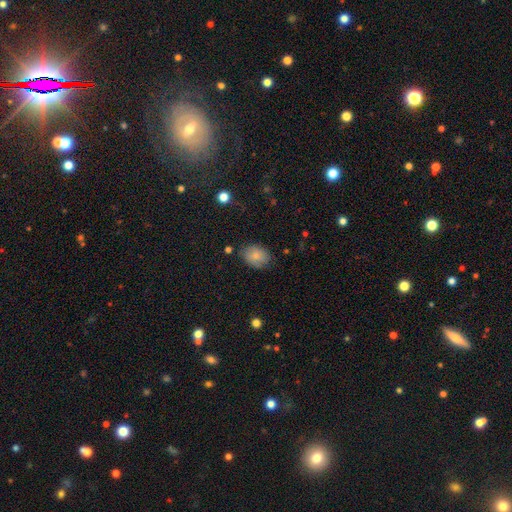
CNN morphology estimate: smooth 77%, featured or disk 14%, star or artifact 9%. Down the decision tree: how rounded — in between (67%); merging — none (77%).